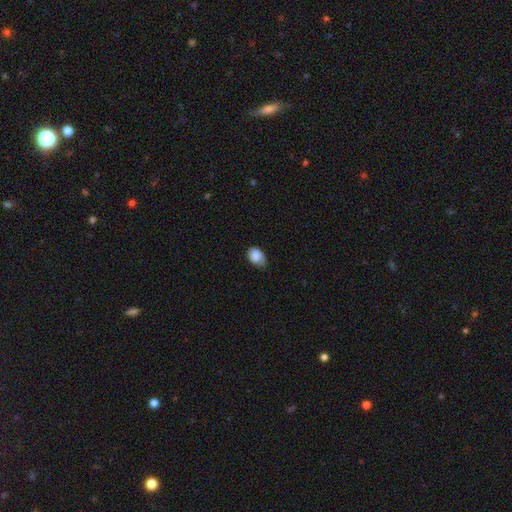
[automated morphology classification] This appears to be a smooth galaxy with no disk features (82%) that is in between round and cigar-shaped (79%). Merging: none (51%).